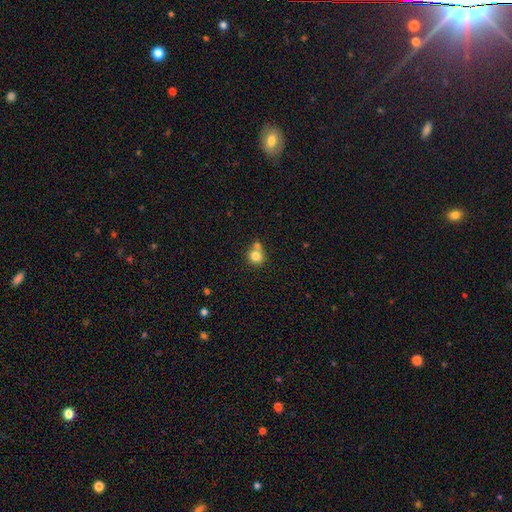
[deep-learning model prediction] Smooth or featured?
  - smooth: 80% *
  - star or artifact: 11%
  - featured or disk: 9%
How rounded?
  - round: 86% *
  - in between: 14%
  - cigar-shaped: 1%
Merging?
  - none: 51% *
  - merger: 37%
  - minor disturbance: 9%
  - major disturbance: 3%